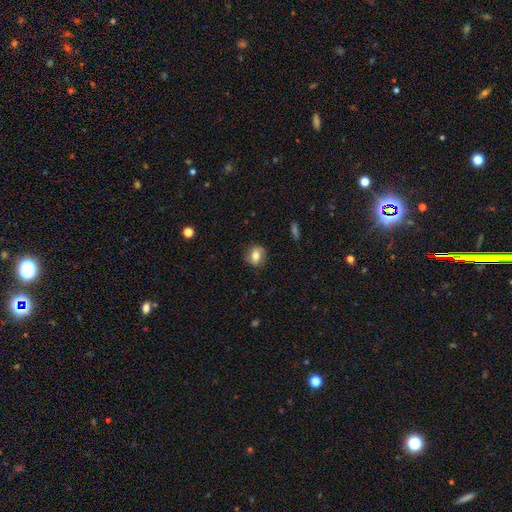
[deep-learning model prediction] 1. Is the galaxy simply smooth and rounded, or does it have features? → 71% smooth, 20% featured or disk, 9% star or artifact.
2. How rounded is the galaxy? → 64% round, 35% in between, 2% cigar-shaped.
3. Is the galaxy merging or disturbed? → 84% none, 12% minor disturbance, 3% major disturbance, 1% merger.